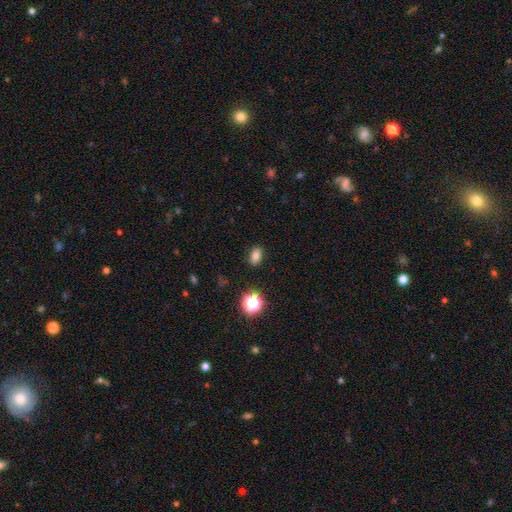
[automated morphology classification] A smooth galaxy with no disk features (78%) that is in between round and cigar-shaped (80%). Merging: none (87%).